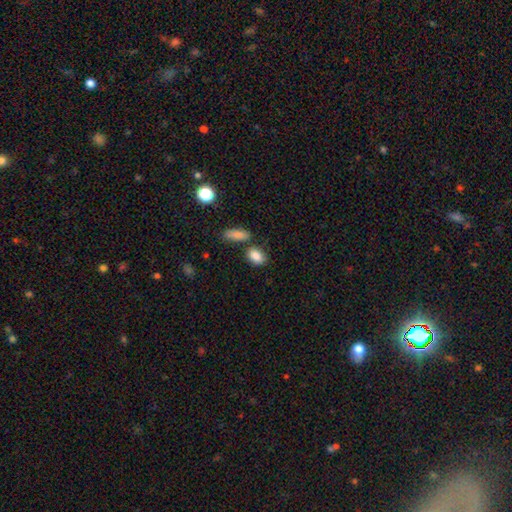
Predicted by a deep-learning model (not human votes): smooth 85%, star or artifact 8%, featured or disk 7%. Down the decision tree: how rounded — in between (80%); merging — none (65%).